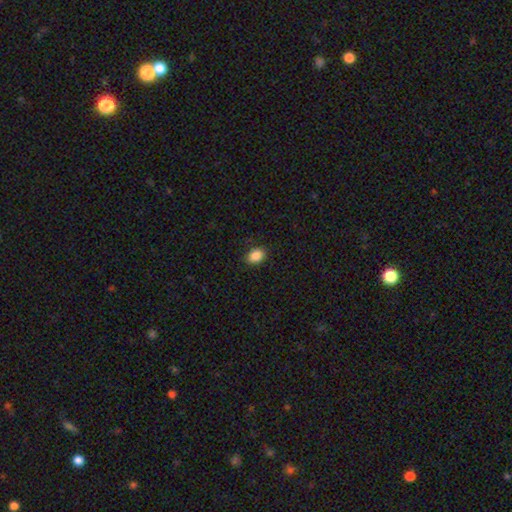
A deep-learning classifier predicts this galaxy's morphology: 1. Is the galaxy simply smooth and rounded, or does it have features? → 88% smooth, 9% star or artifact, 3% featured or disk.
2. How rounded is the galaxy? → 73% in between, 26% round, 1% cigar-shaped.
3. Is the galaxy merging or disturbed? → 85% none, 11% minor disturbance, 3% major disturbance, 1% merger.